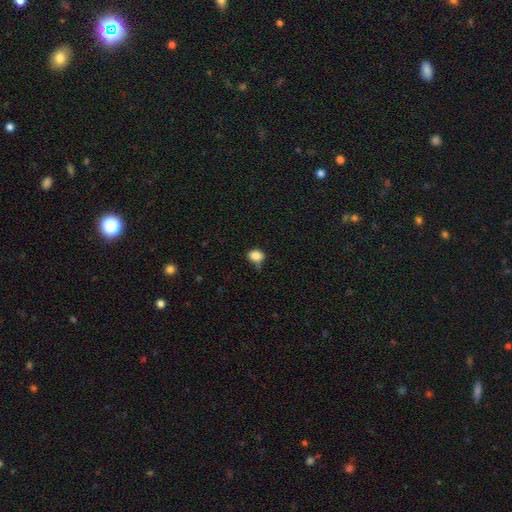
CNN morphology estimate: A smooth galaxy with no disk features (84%) that is round (53%).

Vote fractions:
- Smooth or featured? smooth: 84% / star or artifact: 10% / featured or disk: 5%
- How rounded? round: 53% / in between: 46% / cigar-shaped: 1%
- Merging? none: 56% / minor disturbance: 29% / major disturbance: 7% / merger: 7%